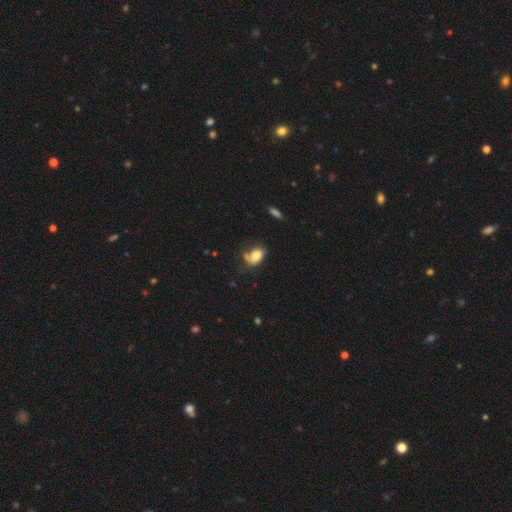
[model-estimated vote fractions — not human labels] Smooth or featured: smooth — 75% (featured or disk — 16%)
How rounded: in between — 80% (round — 19%)
Merging: none — 42% (minor disturbance — 27%)